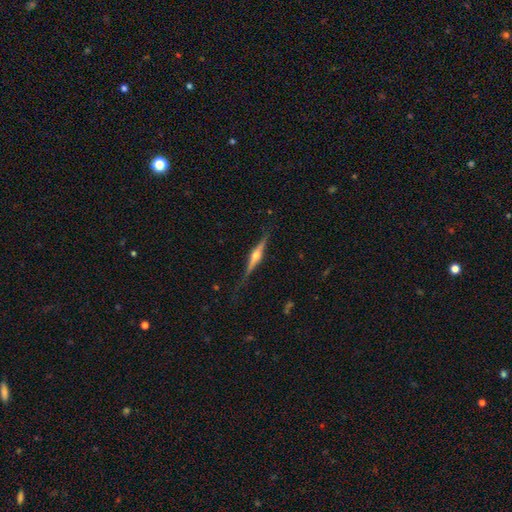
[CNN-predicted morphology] Smooth or featured? featured or disk (78%)
Edge-on disk? yes (98%)
Edge-on bulge? rounded (94%)
Merging? none (81%)